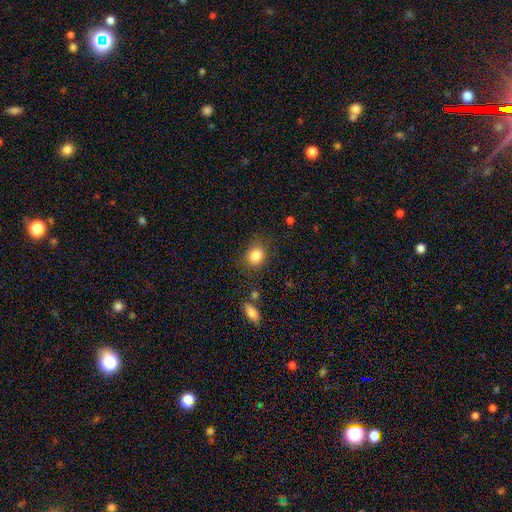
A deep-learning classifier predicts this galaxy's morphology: A smooth galaxy with no disk features (84%) that is round (67%). Merging: none (77%).